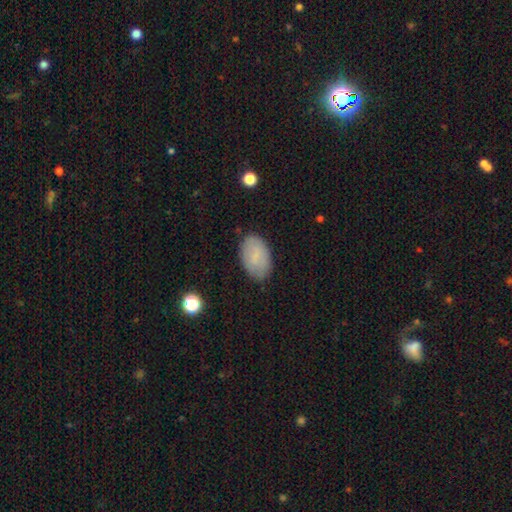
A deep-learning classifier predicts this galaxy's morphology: This appears to be a smooth galaxy with no disk features (75%) that is in between round and cigar-shaped (91%). Merging: none (81%).